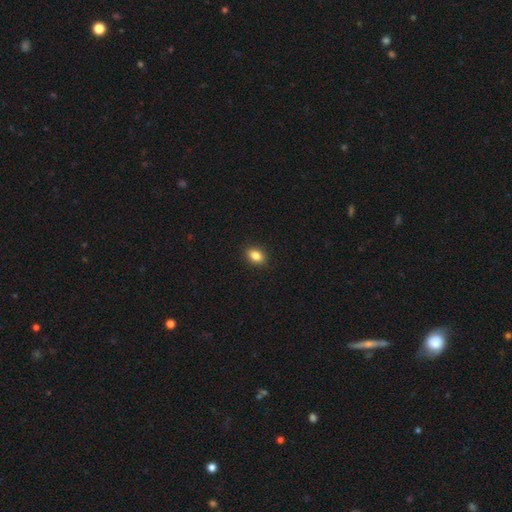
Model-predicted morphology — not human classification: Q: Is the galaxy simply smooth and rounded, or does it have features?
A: smooth — 84%.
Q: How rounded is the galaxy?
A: in between — 78%.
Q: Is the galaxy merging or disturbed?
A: none — 90%.